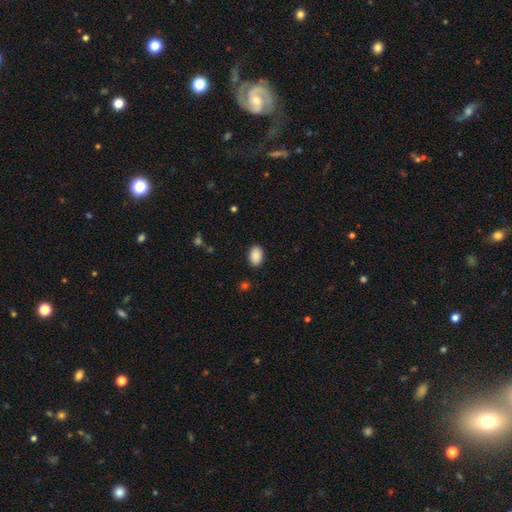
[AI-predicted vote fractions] Overall: smooth (90%). How rounded: in between (88%). Merging: none (89%).